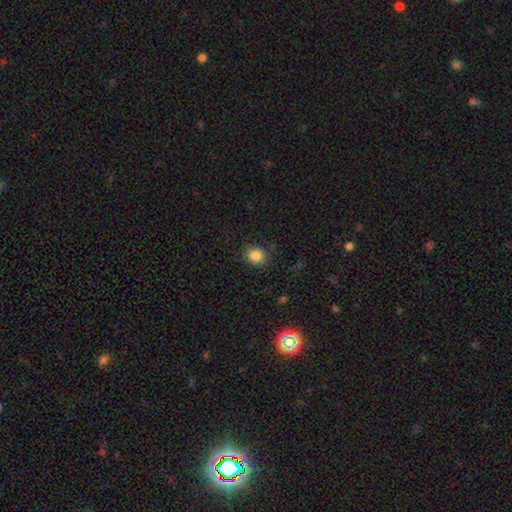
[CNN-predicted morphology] Overall: smooth (85%). How rounded: round (77%). Merging: none (86%).